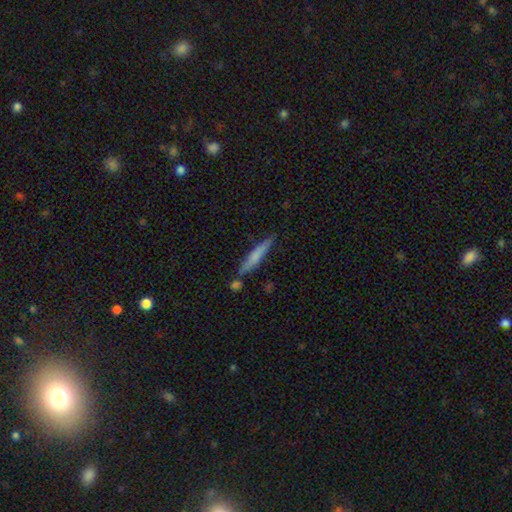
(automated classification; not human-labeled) This appears to be a smooth galaxy with no disk features (64%) that is cigar-shaped (93%). Merging: none (74%).